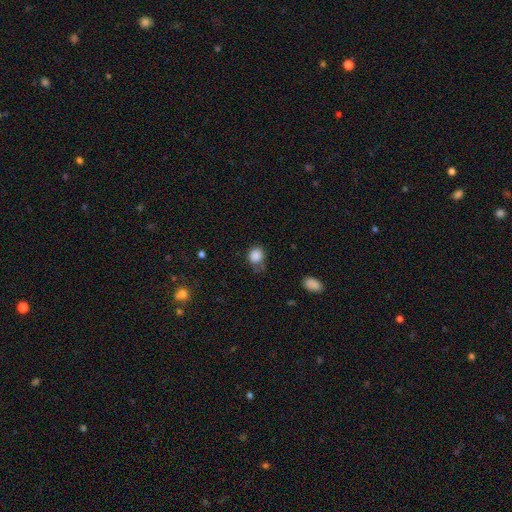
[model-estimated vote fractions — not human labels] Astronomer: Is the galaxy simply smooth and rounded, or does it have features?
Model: smooth — 87%.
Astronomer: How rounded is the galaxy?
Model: round — 76%.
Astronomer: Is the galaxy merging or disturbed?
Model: none — 61%.